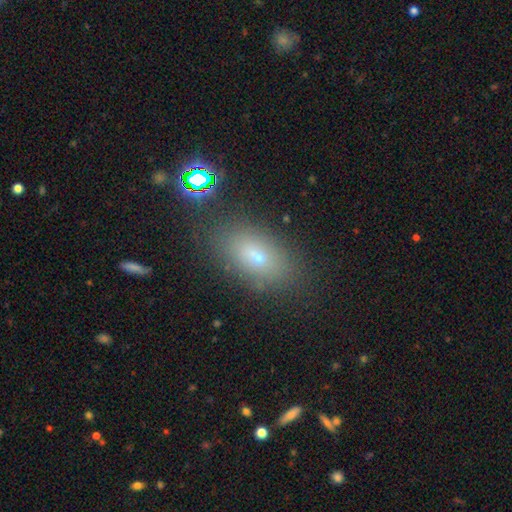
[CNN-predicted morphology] Smooth or featured? Predicted: smooth (p=0.64). How rounded? Predicted: in between (p=0.85). Merging? Predicted: none (p=0.78).